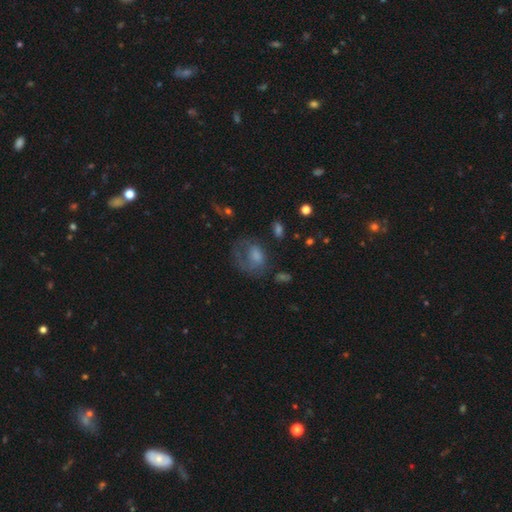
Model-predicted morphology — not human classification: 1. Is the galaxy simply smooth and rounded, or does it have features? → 40% featured or disk (tied), 40% smooth (tied), 19% star or artifact.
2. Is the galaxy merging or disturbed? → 42% none, 35% major disturbance, 20% minor disturbance, 4% merger.